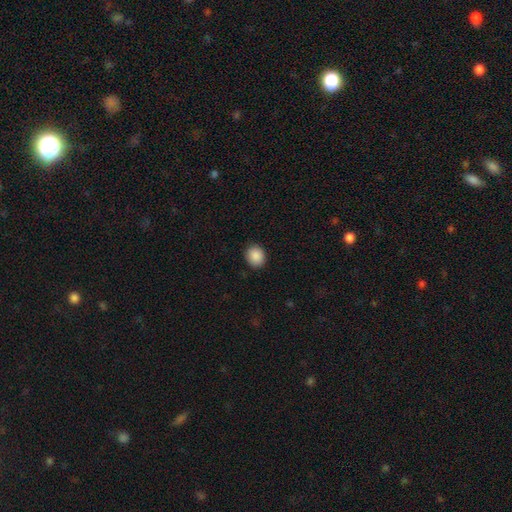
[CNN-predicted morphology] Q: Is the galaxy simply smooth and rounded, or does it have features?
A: smooth — 89%.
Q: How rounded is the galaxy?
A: round — 71%.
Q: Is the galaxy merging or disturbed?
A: none — 91%.